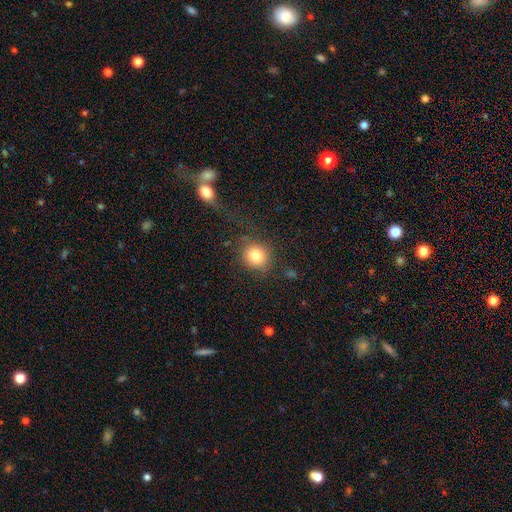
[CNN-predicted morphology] A smooth galaxy with no disk features (81%) that is round (85%). Merging: none (73%).